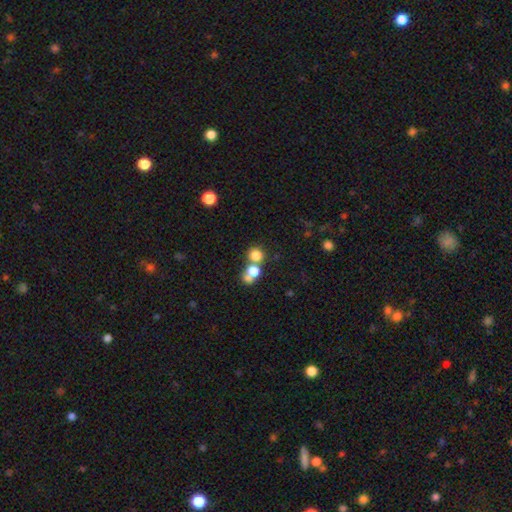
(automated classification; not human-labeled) Smooth or featured? smooth (76%)
How rounded? round (82%)
Merging? none (48%)